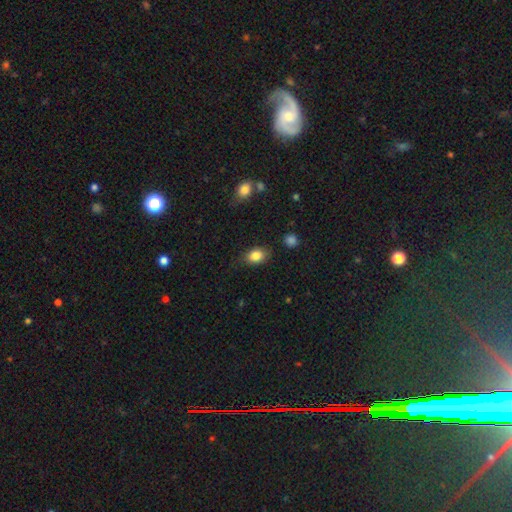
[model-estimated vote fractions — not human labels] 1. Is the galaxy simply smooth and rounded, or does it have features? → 84% smooth, 8% star or artifact, 7% featured or disk.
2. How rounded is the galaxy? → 77% in between, 21% round, 2% cigar-shaped.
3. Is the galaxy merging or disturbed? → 76% none, 18% minor disturbance, 4% major disturbance, 2% merger.